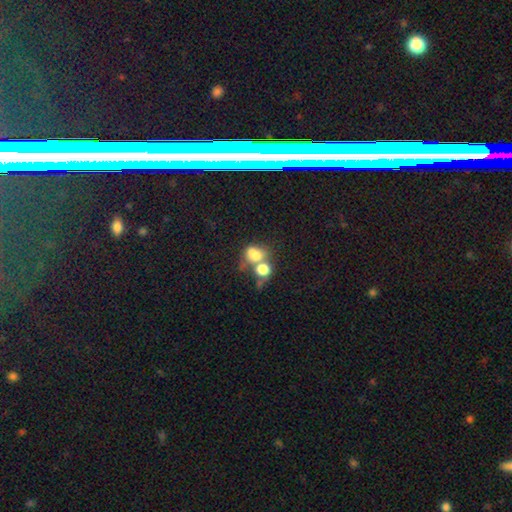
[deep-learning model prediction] Overall: smooth (66%). How rounded: in between (51%; round 48%). Merging: merger (59%; none 22%).